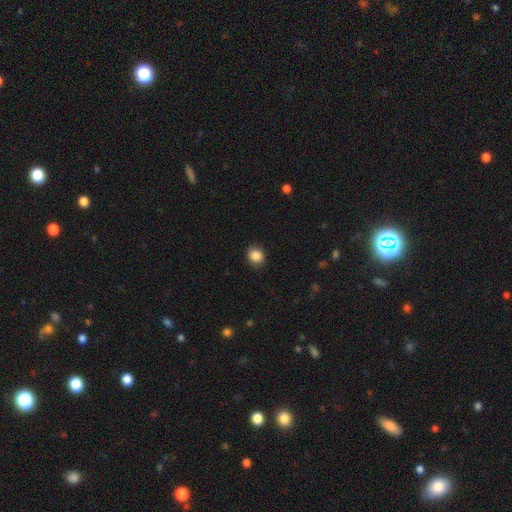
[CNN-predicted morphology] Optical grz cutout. It shows a smooth galaxy with no disk features (87%) that is round (78%). Merging: none (90%).